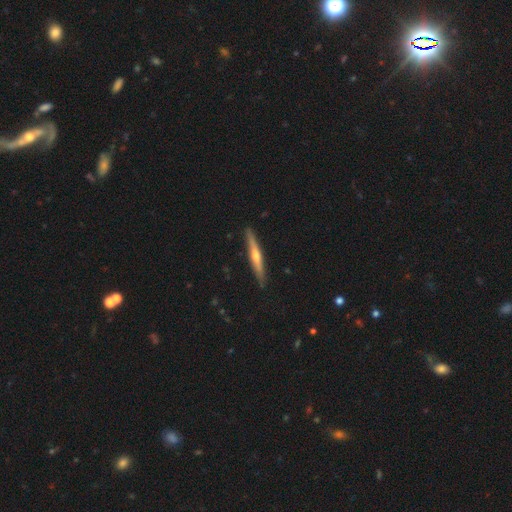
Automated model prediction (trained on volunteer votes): Q: Smooth or featured?
A: featured or disk (64%); runner-up: smooth (30%)
Q: Edge-on disk?
A: yes (97%); runner-up: no (3%)
Q: Edge-on bulge?
A: rounded (83%); runner-up: none (13%)
Q: Merging?
A: none (90%); runner-up: minor disturbance (7%)